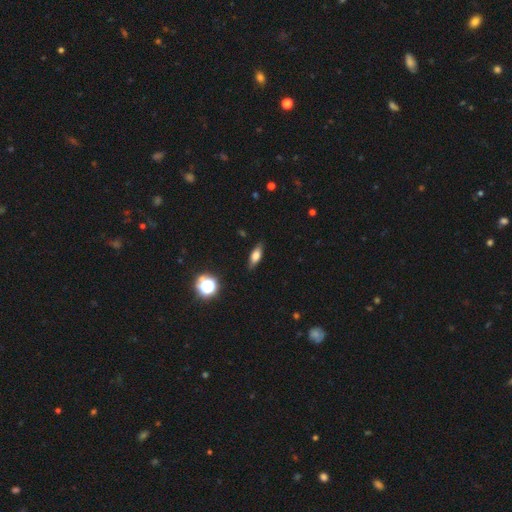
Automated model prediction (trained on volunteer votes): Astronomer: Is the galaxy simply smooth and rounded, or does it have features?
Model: smooth — 64%.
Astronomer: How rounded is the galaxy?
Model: in between — 65%.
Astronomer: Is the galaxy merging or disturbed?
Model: none — 86%.